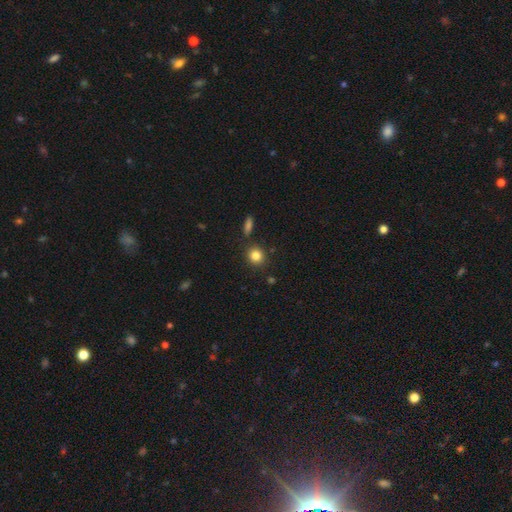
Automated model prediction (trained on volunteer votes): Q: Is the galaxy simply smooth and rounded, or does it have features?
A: smooth — 83%.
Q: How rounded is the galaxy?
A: round — 83%.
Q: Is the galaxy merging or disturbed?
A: none — 85%.